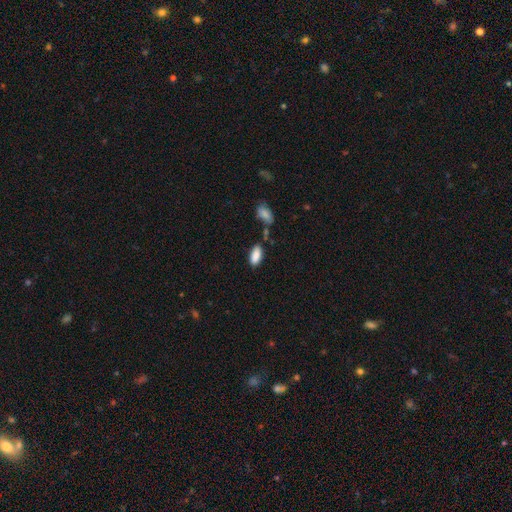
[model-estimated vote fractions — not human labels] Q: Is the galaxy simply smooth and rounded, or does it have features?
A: smooth — 88%.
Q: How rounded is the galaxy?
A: in between — 89%.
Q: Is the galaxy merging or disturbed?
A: none — 69%.